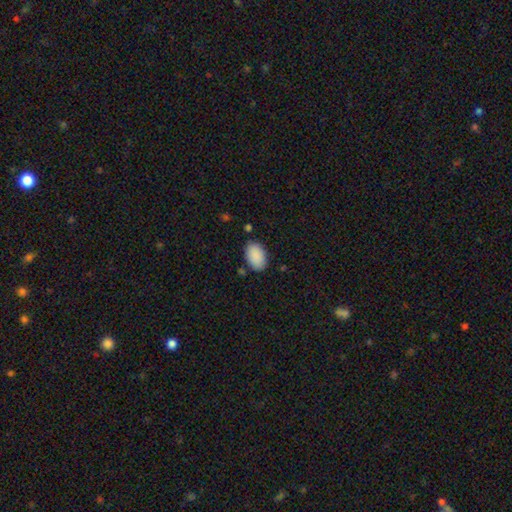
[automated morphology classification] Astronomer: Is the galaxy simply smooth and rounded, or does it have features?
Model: smooth — 90%.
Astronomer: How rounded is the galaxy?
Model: in between — 92%.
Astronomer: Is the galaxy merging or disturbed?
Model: none — 83%.